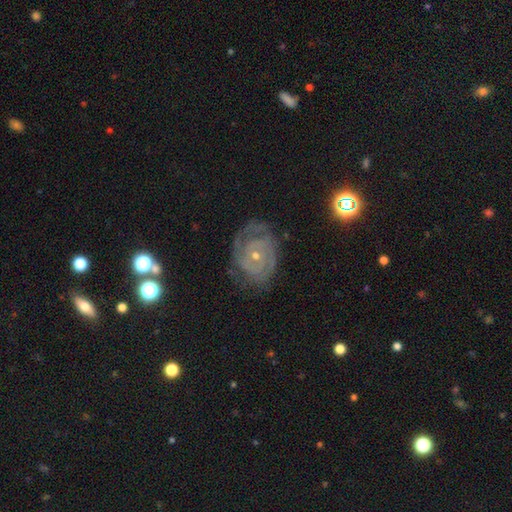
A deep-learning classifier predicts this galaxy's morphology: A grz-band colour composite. It shows a featured or disk galaxy (85%) with no bar (72%), 2 (40%) tight (73%) spiral arms (95%) and a small central bulge (75%). Merging: none (73%).